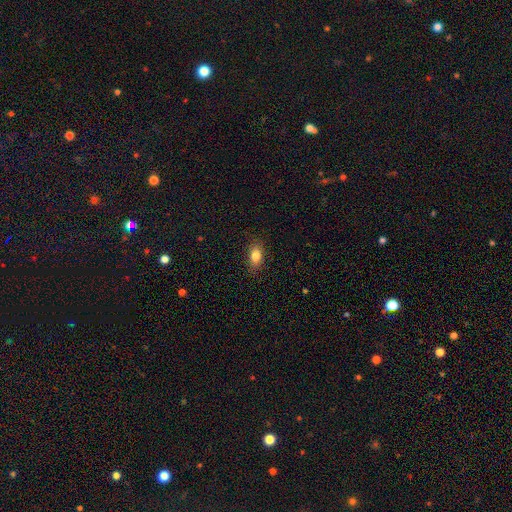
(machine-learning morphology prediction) The model was most divided on "merging": none: 85%, minor disturbance: 11%, major disturbance: 3%, merger: 1%. More confident: how rounded — in between (85%); smooth or featured — smooth (83%).